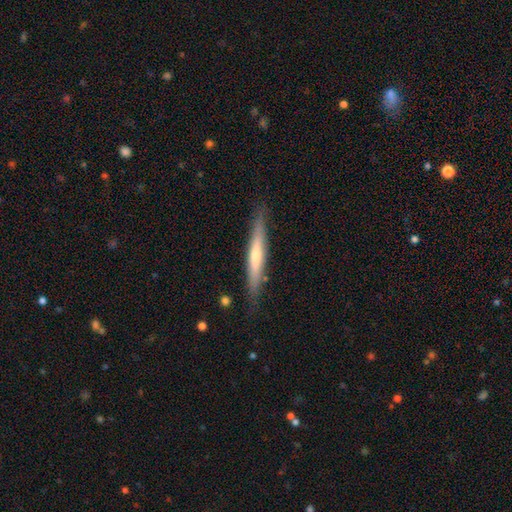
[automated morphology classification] Smooth or featured?
  - featured or disk: 48% *
  - smooth: 46%
  - star or artifact: 6%
Merging?
  - none: 85% *
  - minor disturbance: 12%
  - major disturbance: 2%
  - merger: 1%